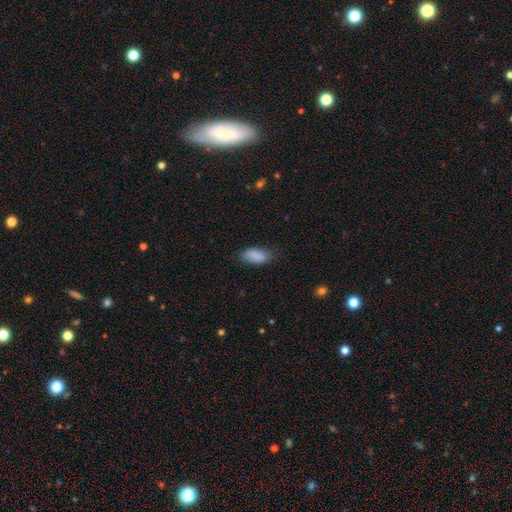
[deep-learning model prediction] Smooth or featured? Predicted: smooth (p=0.87). How rounded? Predicted: in between (p=0.88). Merging? Predicted: none (p=0.74).